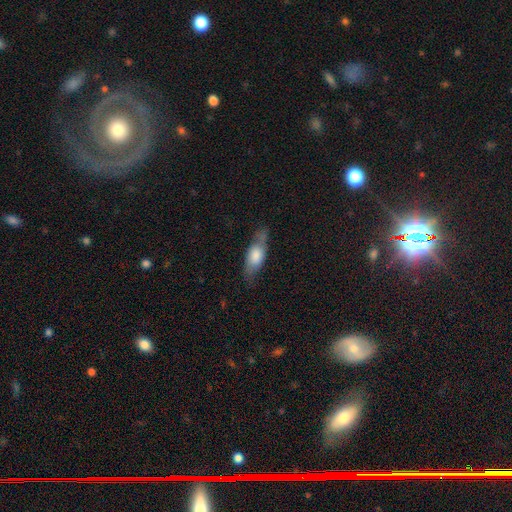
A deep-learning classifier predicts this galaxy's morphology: Smooth or featured?
  - smooth: 61% *
  - featured or disk: 33%
  - star or artifact: 7%
How rounded?
  - in between: 65% *
  - cigar-shaped: 31%
  - round: 4%
Merging?
  - none: 65% *
  - minor disturbance: 24%
  - major disturbance: 9%
  - merger: 2%